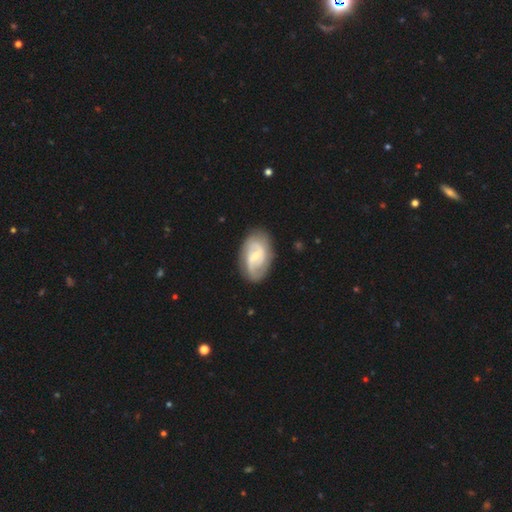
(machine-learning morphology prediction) This is likely a featured or disk galaxy (77%). It is clearly not viewed edge-on (97%). Bar: possibly weak (57%). Spiral arm pattern: clearly yes (92%). Spiral arm count: likely 2 (75%). Spiral winding: possibly medium (46%). Central bulge: possibly small (60%). Merging: likely none (77%).